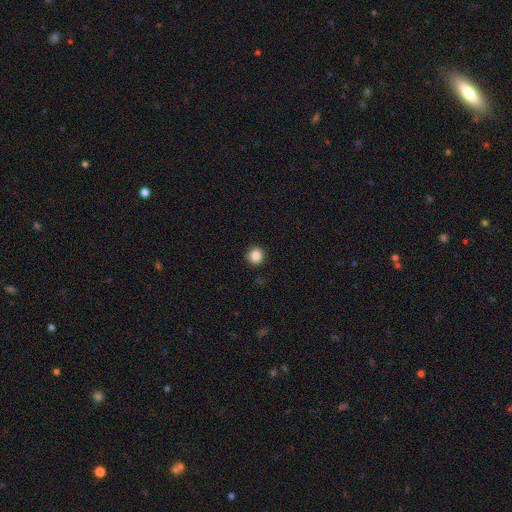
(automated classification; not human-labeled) A smooth galaxy with no disk features (86%) that is round (93%).

Vote fractions:
- Smooth or featured? smooth: 86% / star or artifact: 10% / featured or disk: 4%
- How rounded? round: 93% / in between: 6% / cigar-shaped: 1%
- Merging? none: 91% / minor disturbance: 6% / major disturbance: 2% / merger: 1%